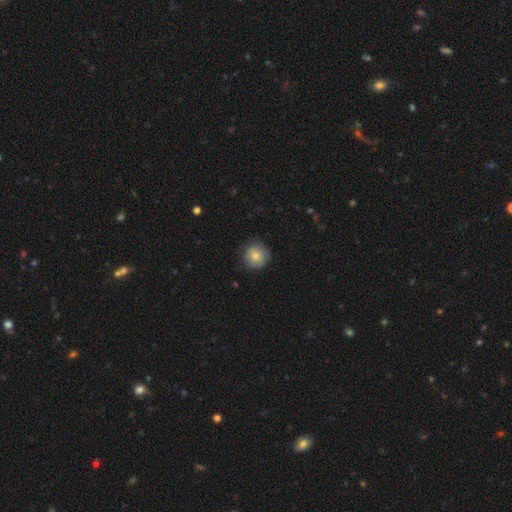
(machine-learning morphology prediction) A smooth galaxy with no disk features (81%) that is round (93%).

Vote fractions:
- Smooth or featured? smooth: 81% / featured or disk: 11% / star or artifact: 8%
- How rounded? round: 93% / in between: 6% / cigar-shaped: 1%
- Merging? none: 84% / minor disturbance: 13% / major disturbance: 2% / merger: 1%